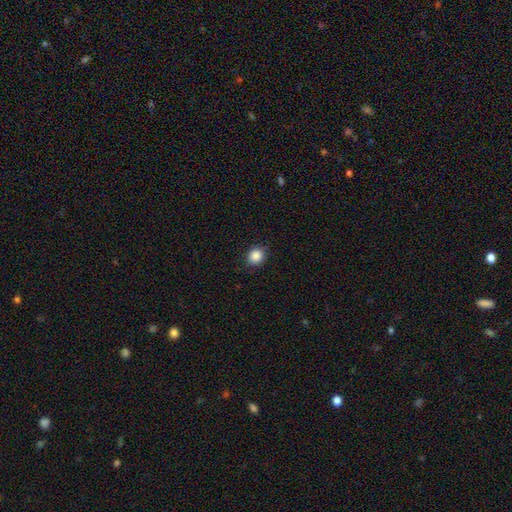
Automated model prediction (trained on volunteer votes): smooth 87%, star or artifact 10%, featured or disk 3%. Down the decision tree: how rounded — round (84%); merging — none (87%).